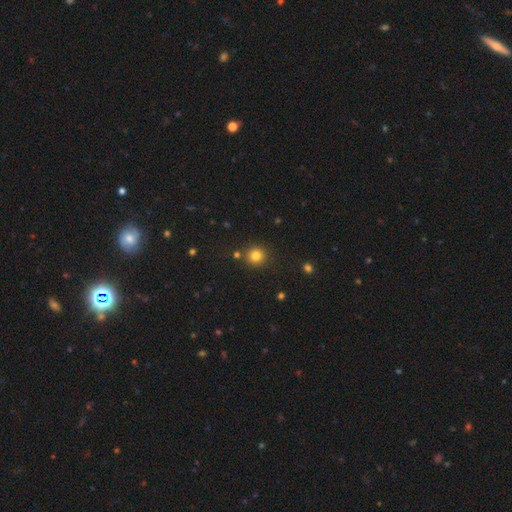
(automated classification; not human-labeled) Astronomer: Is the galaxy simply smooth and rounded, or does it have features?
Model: smooth — 81%.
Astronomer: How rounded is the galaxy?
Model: round — 93%.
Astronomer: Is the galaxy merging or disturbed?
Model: none — 85%.